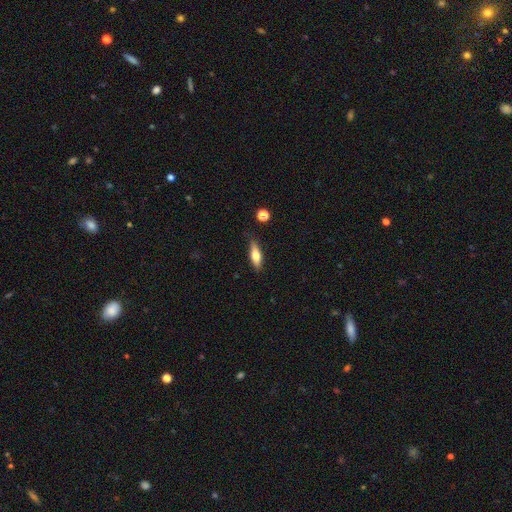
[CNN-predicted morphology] smooth_or_featured: smooth (p=0.64) [alt: featured or disk p=0.29]
how_rounded: in between (p=0.53) [alt: cigar-shaped p=0.44]
merging: none (p=0.79) [alt: minor disturbance p=0.16]